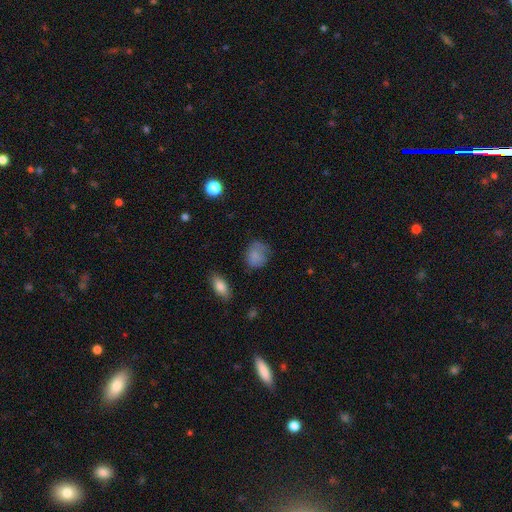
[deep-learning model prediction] A smooth galaxy with no disk features (80%) that is round (57%). Merging: none (54%).